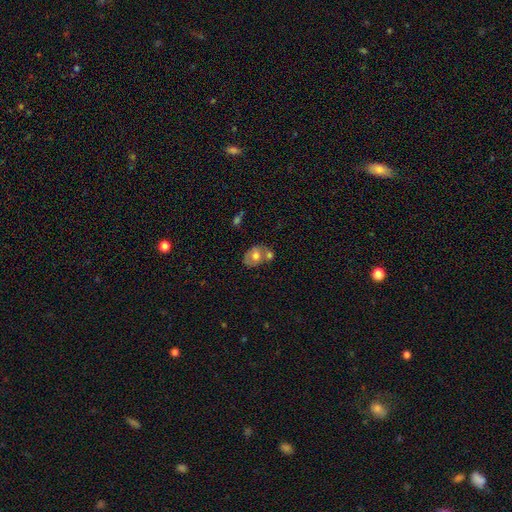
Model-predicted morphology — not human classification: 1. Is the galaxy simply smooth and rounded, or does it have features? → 58% smooth, 34% featured or disk, 8% star or artifact.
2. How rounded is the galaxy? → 63% in between, 36% round, 1% cigar-shaped.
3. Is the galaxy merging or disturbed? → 41% merger, 38% none, 15% minor disturbance, 6% major disturbance.